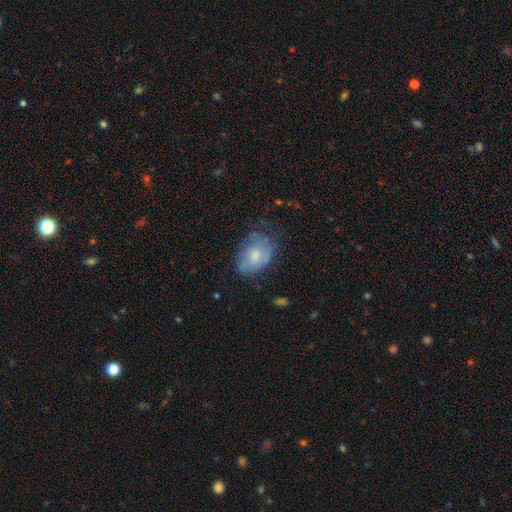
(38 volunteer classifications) Smooth or featured?
  - smooth: 53% *
  - featured or disk: 42%
  - star or artifact: 5%
How rounded?
  - in between: 90% *
  - round: 10%
  - cigar-shaped: 0%
Merging?
  - none: 53% *
  - minor disturbance: 33%
  - major disturbance: 11%
  - merger: 3%